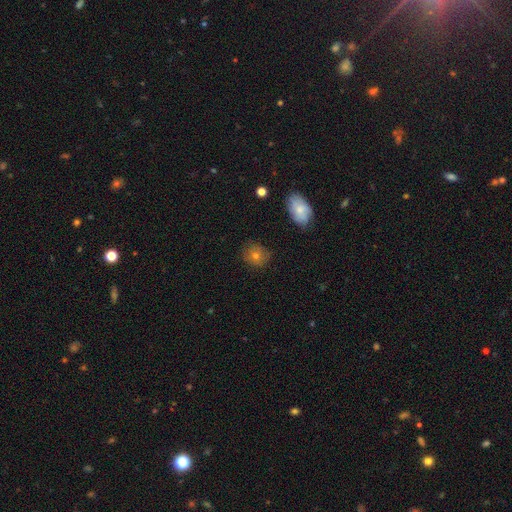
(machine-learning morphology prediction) The model was most divided on "smooth or featured": smooth: 66%, featured or disk: 18%, star or artifact: 16%. More confident: merging — none (81%); how rounded — round (80%).